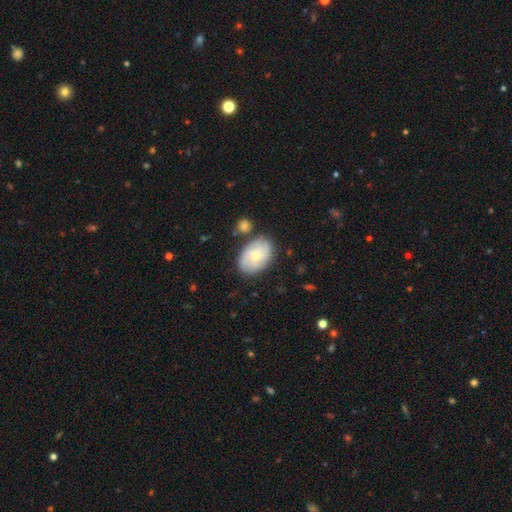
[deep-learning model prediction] Smooth or featured: smooth — 53% (featured or disk — 40%)
How rounded: in between — 81% (round — 18%)
Merging: none — 72% (minor disturbance — 17%)